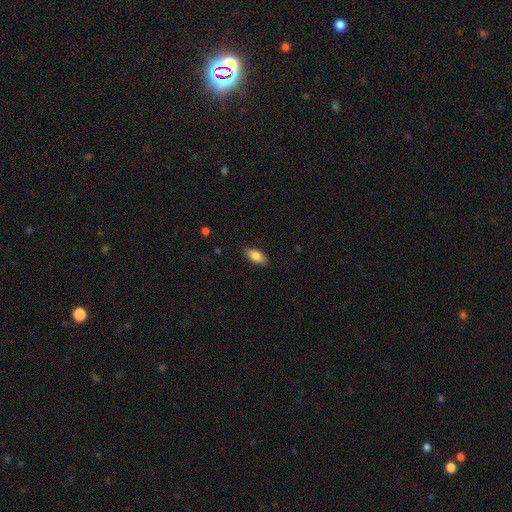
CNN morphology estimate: Smooth or featured: smooth — 82% (featured or disk — 11%)
How rounded: in between — 87% (cigar-shaped — 10%)
Merging: none — 85% (minor disturbance — 12%)